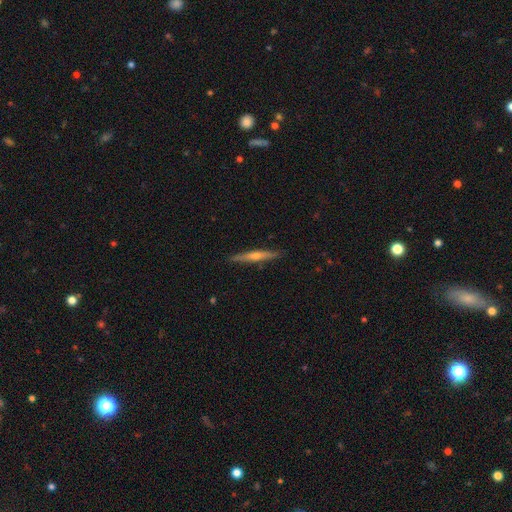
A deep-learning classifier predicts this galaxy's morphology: Overall: featured or disk (68%). Edge-on disk: yes (97%). Edge-on bulge: rounded (82%). Merging: none (91%).